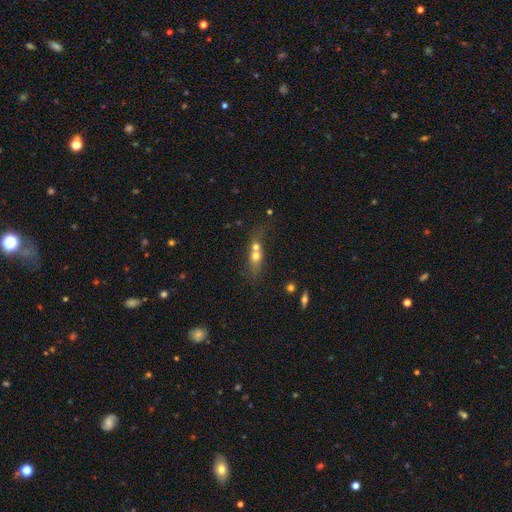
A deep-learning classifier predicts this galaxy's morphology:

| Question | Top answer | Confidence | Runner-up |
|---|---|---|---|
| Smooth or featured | smooth | 60% | featured or disk (27%) |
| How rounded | in between | 45% | round (37%) |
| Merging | merger | 61% | none (25%) |